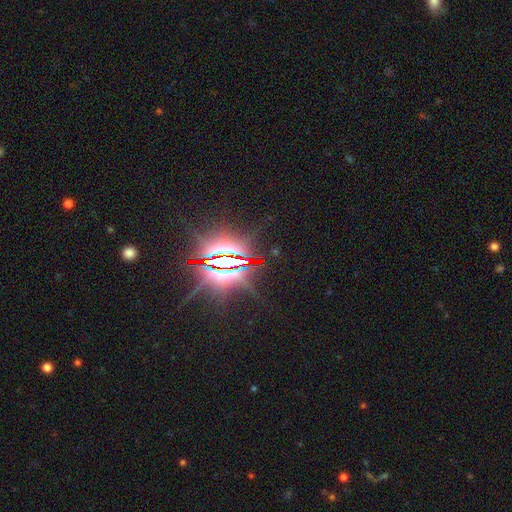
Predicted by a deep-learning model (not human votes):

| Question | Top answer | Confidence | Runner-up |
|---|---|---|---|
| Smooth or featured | star or artifact | 84% | featured or disk (10%) |